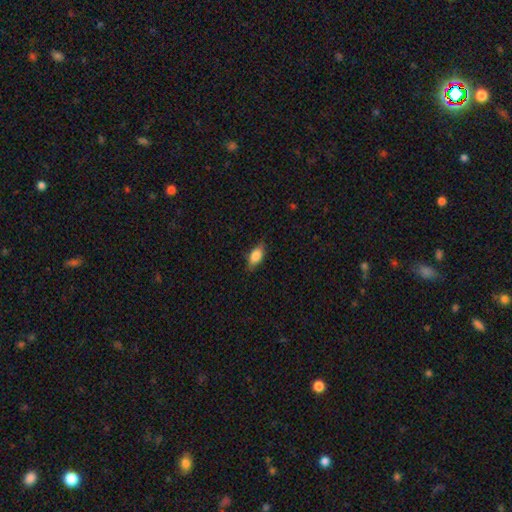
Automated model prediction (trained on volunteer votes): Smooth or featured?
  - smooth: 81% *
  - featured or disk: 12%
  - star or artifact: 7%
How rounded?
  - in between: 85% *
  - cigar-shaped: 10%
  - round: 4%
Merging?
  - none: 81% *
  - minor disturbance: 15%
  - major disturbance: 3%
  - merger: 1%